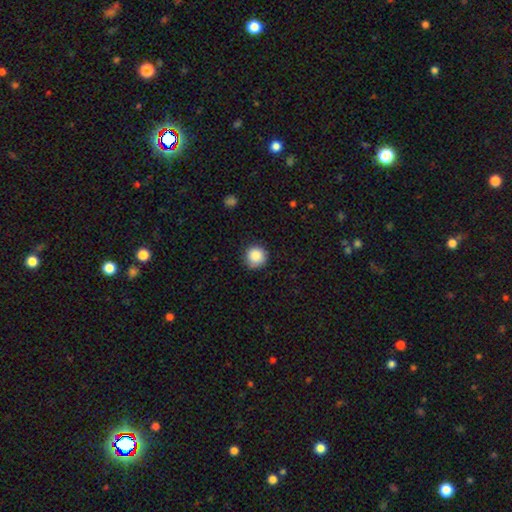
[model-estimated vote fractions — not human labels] Smooth or featured?
  - smooth: 88% *
  - star or artifact: 9%
  - featured or disk: 3%
How rounded?
  - round: 95% *
  - in between: 4%
  - cigar-shaped: 1%
Merging?
  - none: 86% *
  - minor disturbance: 11%
  - major disturbance: 2%
  - merger: 1%